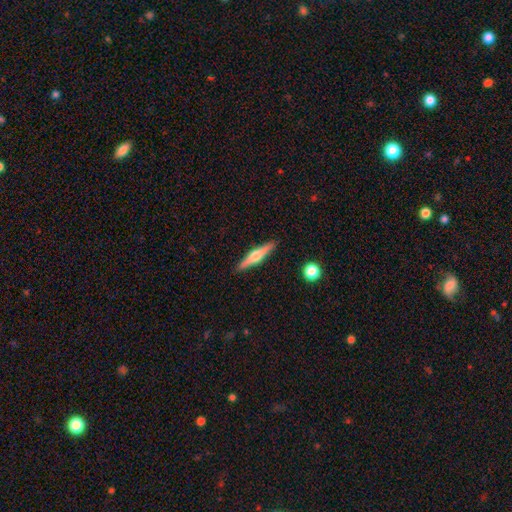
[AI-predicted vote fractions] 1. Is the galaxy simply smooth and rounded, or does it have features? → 63% featured or disk, 32% smooth, 6% star or artifact.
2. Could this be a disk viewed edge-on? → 98% yes, 2% no.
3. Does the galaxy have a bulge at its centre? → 90% rounded, 6% boxy, 4% none.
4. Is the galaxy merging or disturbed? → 91% none, 7% minor disturbance, 1% major disturbance, 1% merger.